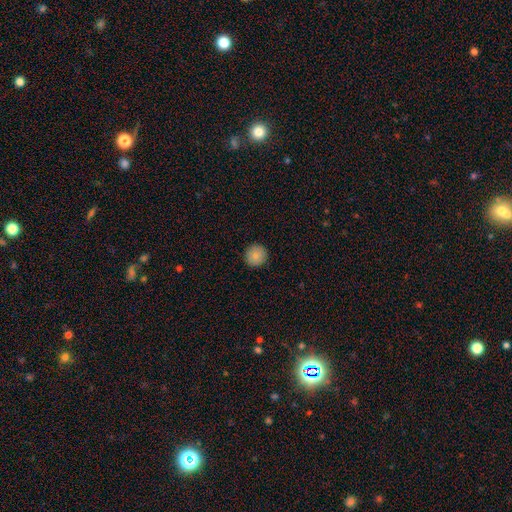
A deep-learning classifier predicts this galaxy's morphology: This is clearly a smooth galaxy (85%). How rounded: clearly round (94%). Merging: clearly none (92%).